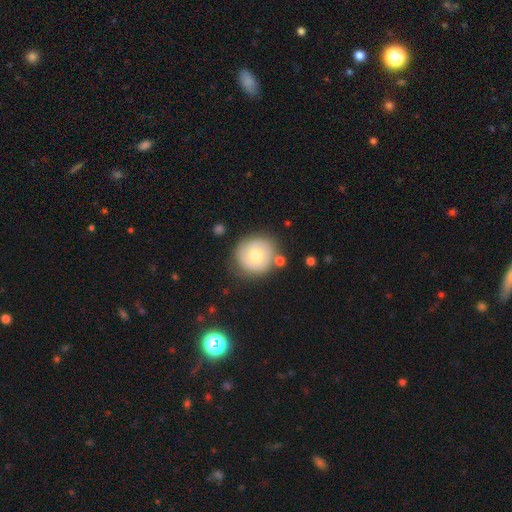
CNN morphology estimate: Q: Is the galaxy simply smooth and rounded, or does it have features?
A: smooth — 58%.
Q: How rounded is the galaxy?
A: round — 91%.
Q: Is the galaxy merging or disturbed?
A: none — 72%.